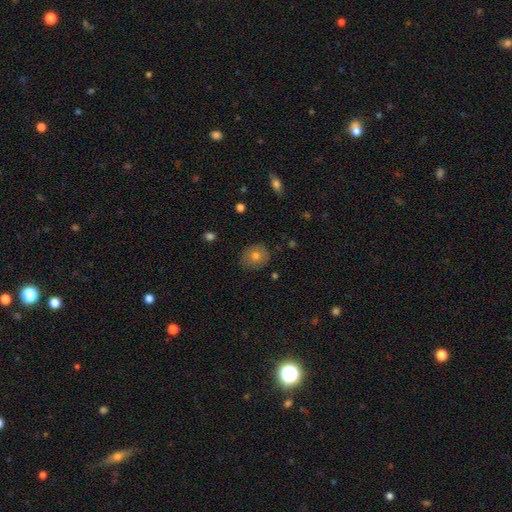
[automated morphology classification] The model was most divided on "how rounded": round: 75%, in between: 24%, cigar-shaped: 1%. More confident: merging — none (85%); smooth or featured — smooth (72%).